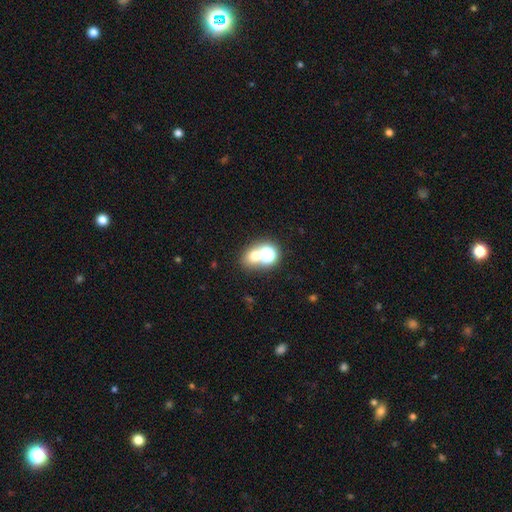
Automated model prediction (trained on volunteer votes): Q: Smooth or featured?
A: smooth (59%); runner-up: star or artifact (28%)
Q: How rounded?
A: round (64%); runner-up: in between (35%)
Q: Merging?
A: none (51%); runner-up: merger (37%)